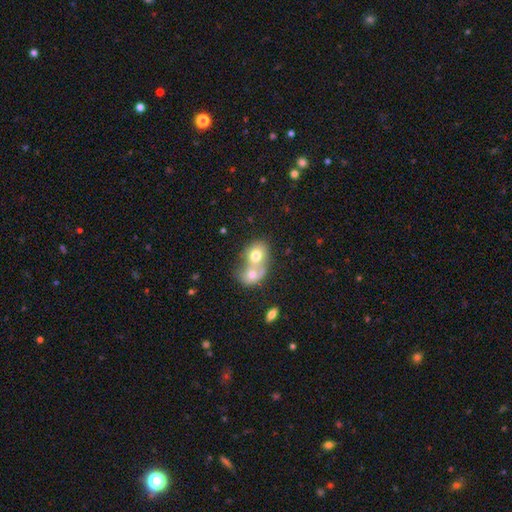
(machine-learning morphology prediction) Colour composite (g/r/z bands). It shows a smooth galaxy with no disk features (69%) that is round (52%). Merging: merger (77%).